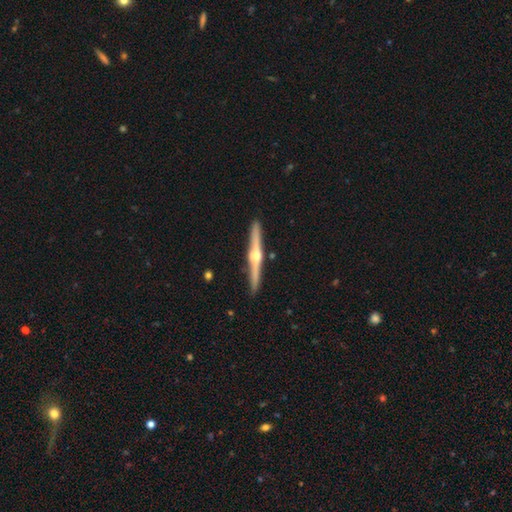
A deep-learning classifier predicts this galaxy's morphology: A featured or disk galaxy (82%) viewed edge-on (98%) with a rounded central bulge (95%). Merging: none (92%).